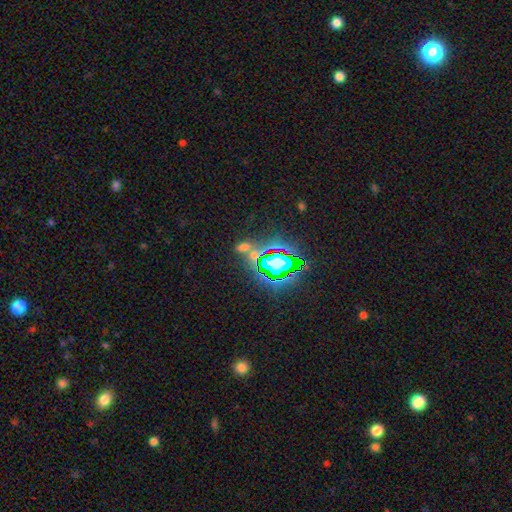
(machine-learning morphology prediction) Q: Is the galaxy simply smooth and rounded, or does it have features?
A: star or artifact — 71%.